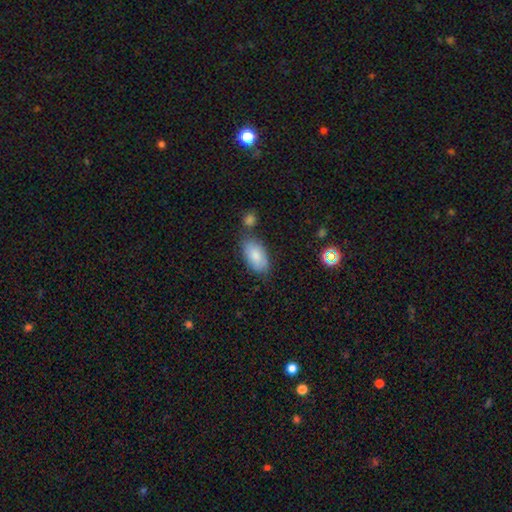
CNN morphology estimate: A smooth galaxy with no disk features (82%) that is in between round and cigar-shaped (94%). Merging: none (66%).